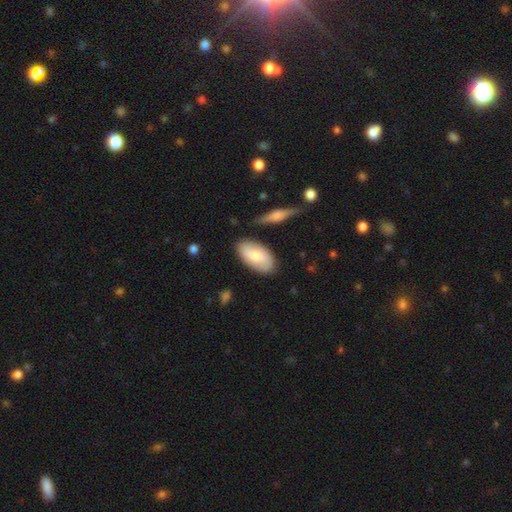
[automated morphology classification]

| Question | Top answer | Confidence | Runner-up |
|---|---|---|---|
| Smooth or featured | smooth | 69% | featured or disk (26%) |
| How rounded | in between | 94% | cigar-shaped (3%) |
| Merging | none | 79% | minor disturbance (14%) |